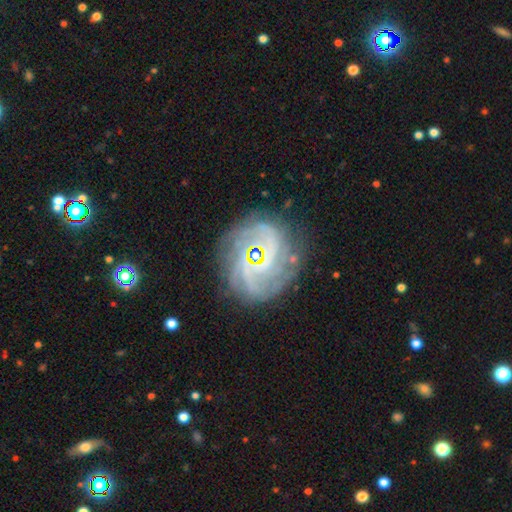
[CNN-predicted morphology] A featured or disk galaxy (82%) with a weak bar (41%), tight (68%) spiral arms (95%) and a moderate central bulge (47%).

Vote fractions:
- Smooth or featured? featured or disk: 82% / star or artifact: 10% / smooth: 8%
- Edge-on disk? no: 97% / yes: 3%
- Bar? weak: 41% / no: 40% / strong: 19%
- Spiral arms? yes: 95% / no: 5%
- Spiral winding? tight: 68% / medium: 25% / loose: 6%
- Spiral arm count? can't tell: 26% / 2: 24% / 3: 20% / 4: 13% / more than 4: 9% / 1: 8%
- Bulge size? moderate: 47% / small: 35% / large: 8% / none: 7% / dominant: 2%
- Merging? none: 75% / minor disturbance: 16% / major disturbance: 7% / merger: 2%